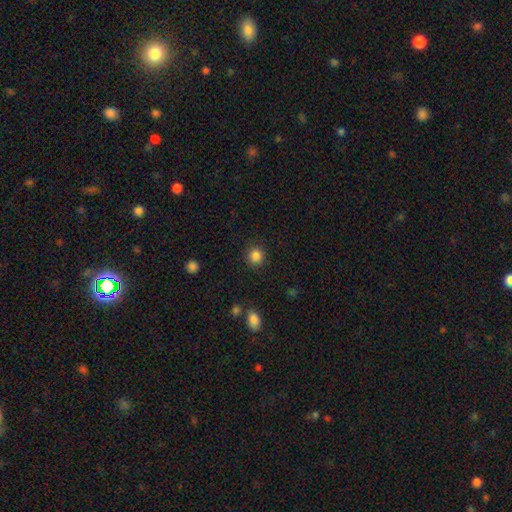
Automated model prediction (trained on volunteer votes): The model was most divided on "smooth or featured": smooth: 86%, star or artifact: 11%, featured or disk: 4%. More confident: how rounded — round (90%); merging — none (90%).